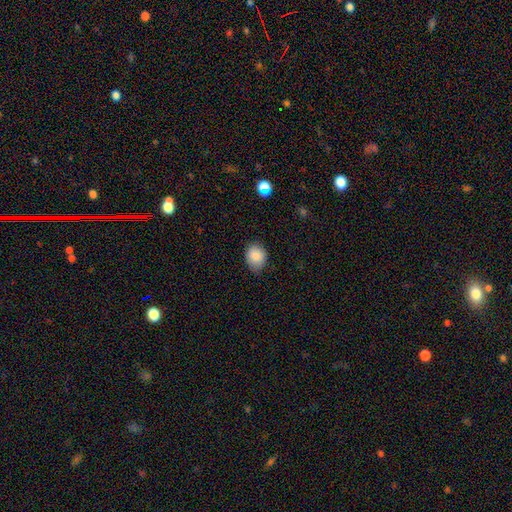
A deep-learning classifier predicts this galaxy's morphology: A smooth galaxy with no disk features (85%) that is in between round and cigar-shaped (51%). Merging: none (70%).